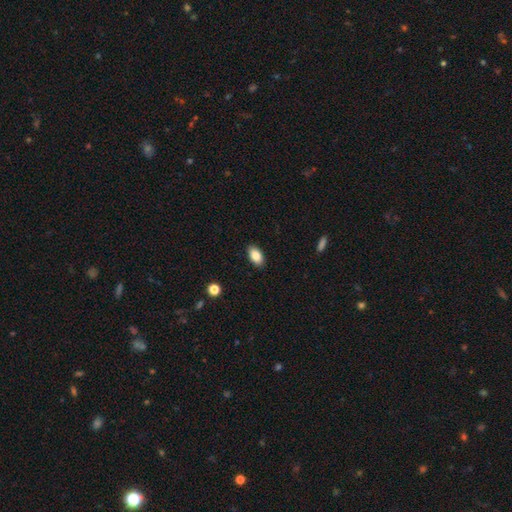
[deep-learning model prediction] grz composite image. It shows a smooth galaxy with no disk features (85%) that is in between round and cigar-shaped (92%). Merging: none (89%).